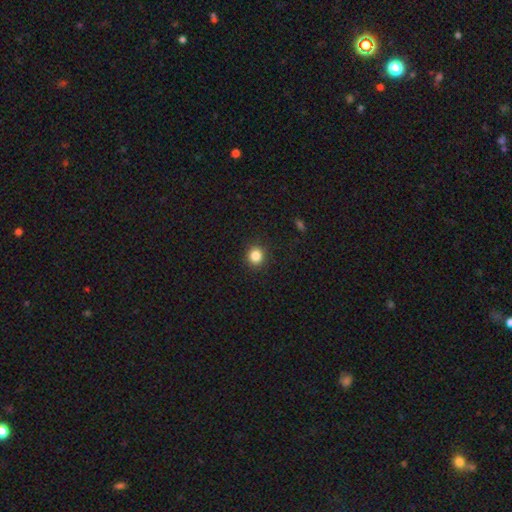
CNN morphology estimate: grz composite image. It shows a smooth galaxy with no disk features (85%) that is round (89%). Merging: none (91%).